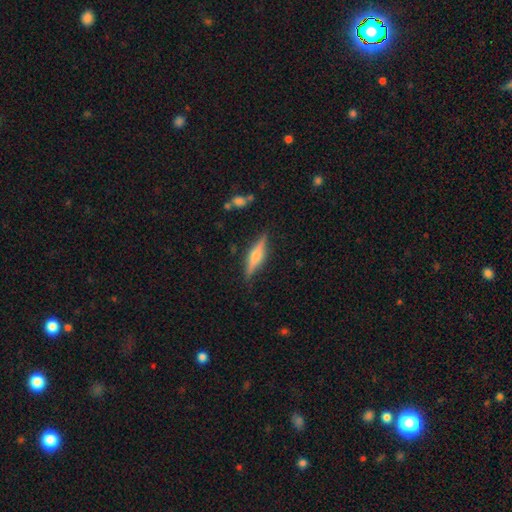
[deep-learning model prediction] The model was most divided on "smooth or featured": featured or disk: 61%, smooth: 32%, star or artifact: 7%. More confident: edge-on disk — yes (96%); merging — none (85%); edge-on bulge — rounded (85%).